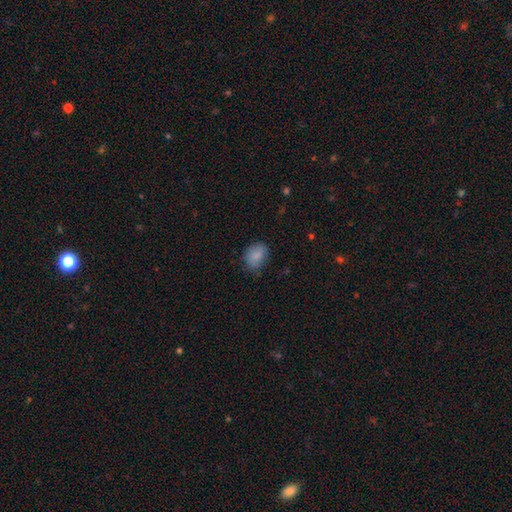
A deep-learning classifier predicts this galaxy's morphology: This appears to be a smooth galaxy with no disk features (86%) that is in between round and cigar-shaped (69%). Merging: none (73%).